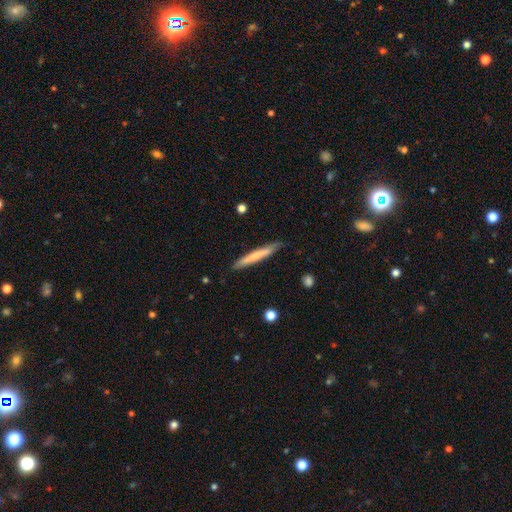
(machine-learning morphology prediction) Q: Smooth or featured?
A: smooth (63%); runner-up: featured or disk (32%)
Q: How rounded?
A: cigar-shaped (96%); runner-up: in between (3%)
Q: Merging?
A: none (86%); runner-up: minor disturbance (11%)